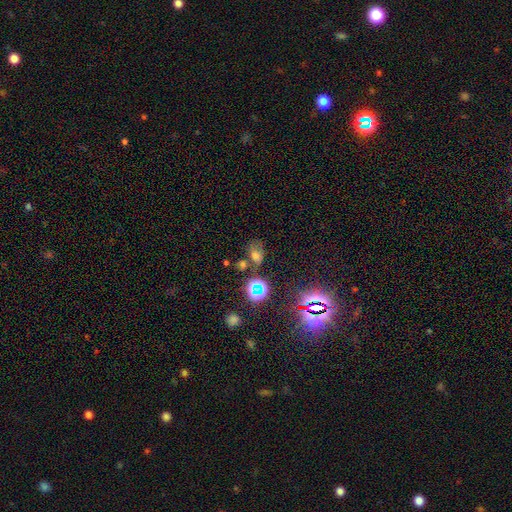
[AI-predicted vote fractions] Smooth or featured?
  - smooth: 55% *
  - star or artifact: 30%
  - featured or disk: 15%
How rounded?
  - in between: 68% *
  - round: 30%
  - cigar-shaped: 2%
Merging?
  - none: 46% *
  - minor disturbance: 21%
  - merger: 18%
  - major disturbance: 14%